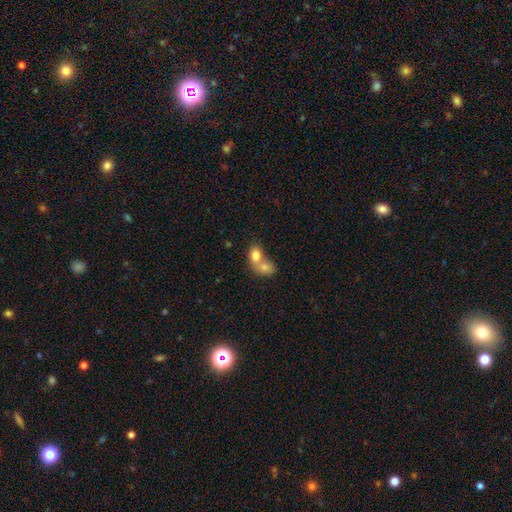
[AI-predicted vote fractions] This is likely a smooth galaxy (77%). How rounded: possibly in between (57%). Merging: likely merger (72%).